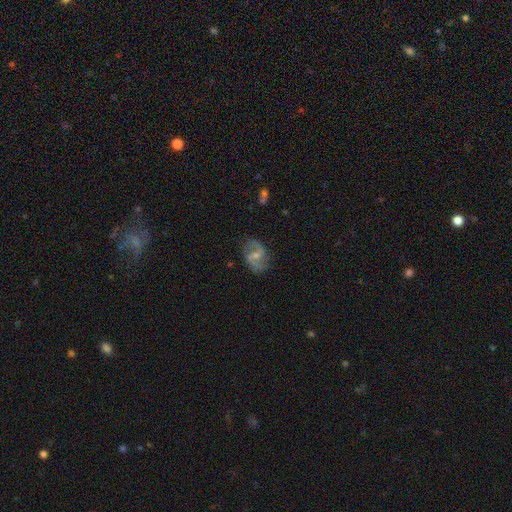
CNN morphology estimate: Smooth or featured? featured or disk (82%)
Edge-on disk? no (98%)
Bar? weak (53%)
Spiral arms? yes (94%)
Spiral winding? medium (45%)
Spiral arm count? 2 (91%)
Bulge size? small (55%)
Merging? none (76%)